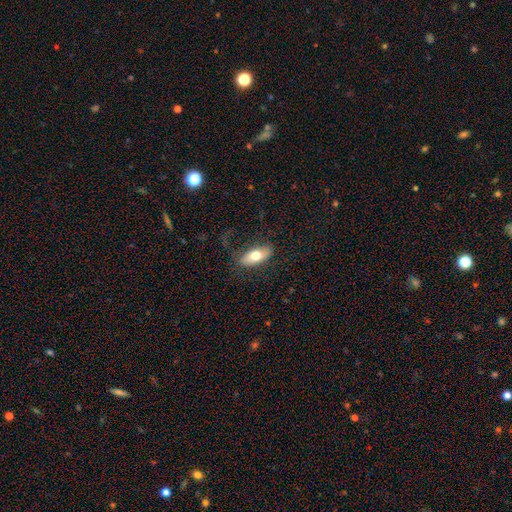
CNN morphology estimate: A smooth galaxy with no disk features (69%) that is in between round and cigar-shaped (84%). Merging: none (73%).